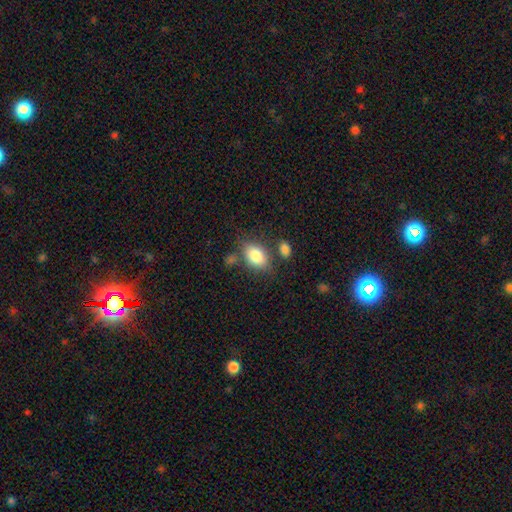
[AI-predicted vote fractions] Smooth or featured? Predicted: smooth (p=0.82). How rounded? Predicted: in between (p=0.83). Merging? Predicted: none (p=0.64).